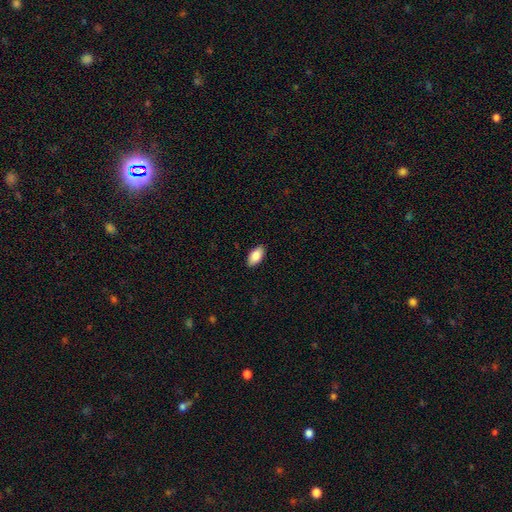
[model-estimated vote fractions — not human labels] A smooth galaxy with no disk features (86%) that is in between round and cigar-shaped (93%).

Vote fractions:
- Smooth or featured? smooth: 86% / featured or disk: 8% / star or artifact: 7%
- How rounded? in between: 93% / cigar-shaped: 4% / round: 3%
- Merging? none: 89% / minor disturbance: 9% / major disturbance: 2% / merger: 1%